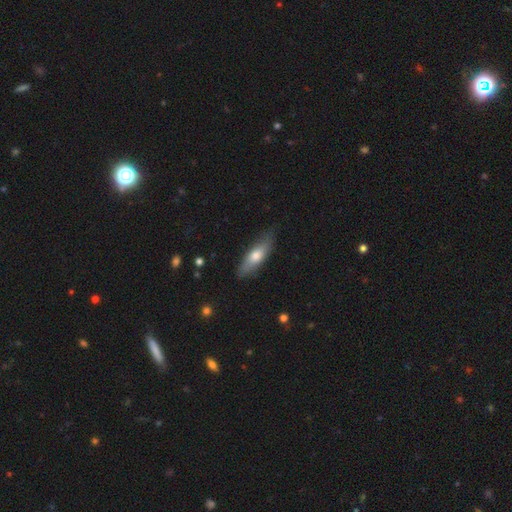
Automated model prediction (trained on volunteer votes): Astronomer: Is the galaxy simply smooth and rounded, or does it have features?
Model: smooth — 65%.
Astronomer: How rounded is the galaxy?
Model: cigar-shaped — 50% (runner-up: in between, 48%).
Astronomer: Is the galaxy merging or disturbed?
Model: none — 78%.